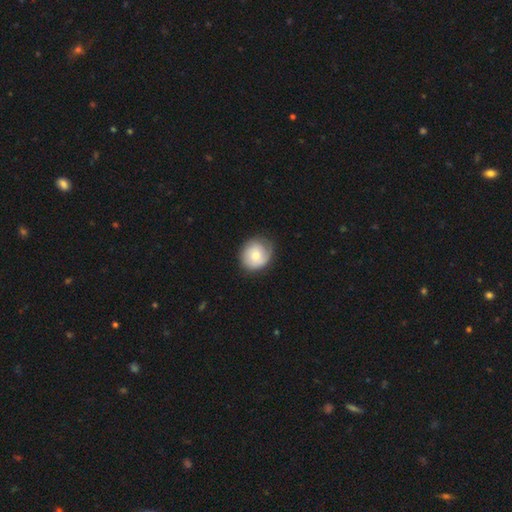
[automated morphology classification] Smooth or featured? Predicted: smooth (p=0.64). How rounded? Predicted: round (p=0.78). Merging? Predicted: none (p=0.71).